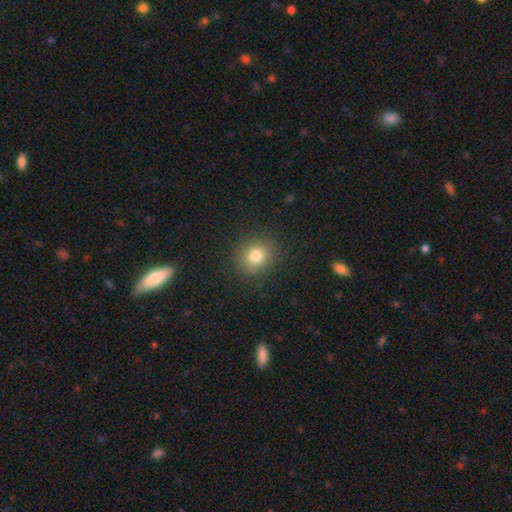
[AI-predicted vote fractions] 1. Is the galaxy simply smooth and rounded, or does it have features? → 79% smooth, 14% star or artifact, 8% featured or disk.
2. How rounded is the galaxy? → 78% round, 21% in between, 1% cigar-shaped.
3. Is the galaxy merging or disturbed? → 88% none, 8% minor disturbance, 3% major disturbance, 1% merger.